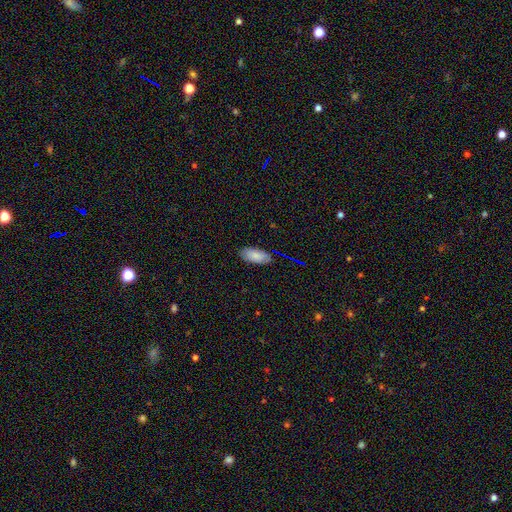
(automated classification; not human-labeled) Overall: smooth (81%). How rounded: in between (91%). Merging: none (83%).